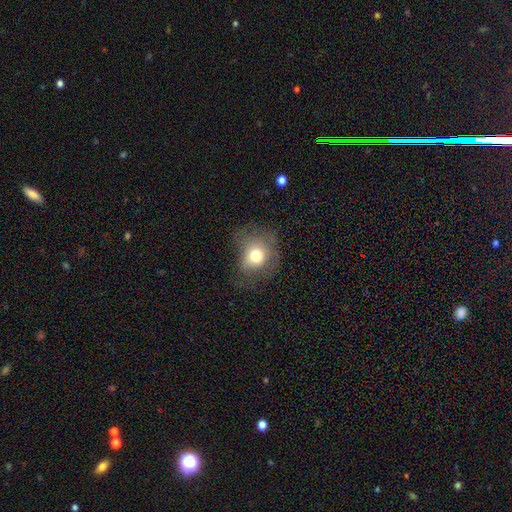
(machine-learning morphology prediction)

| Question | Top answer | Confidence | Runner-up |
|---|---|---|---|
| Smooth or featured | smooth | 69% | featured or disk (18%) |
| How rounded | round | 65% | in between (34%) |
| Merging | none | 51% | minor disturbance (25%) |